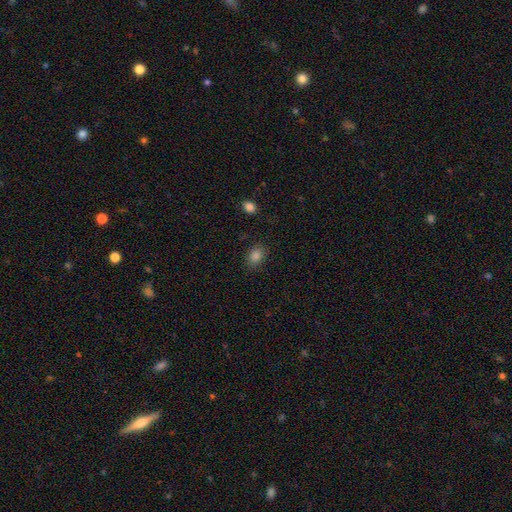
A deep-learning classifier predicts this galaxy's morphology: Smooth or featured: smooth — 84% (star or artifact — 10%)
How rounded: in between — 66% (round — 33%)
Merging: none — 85% (minor disturbance — 11%)